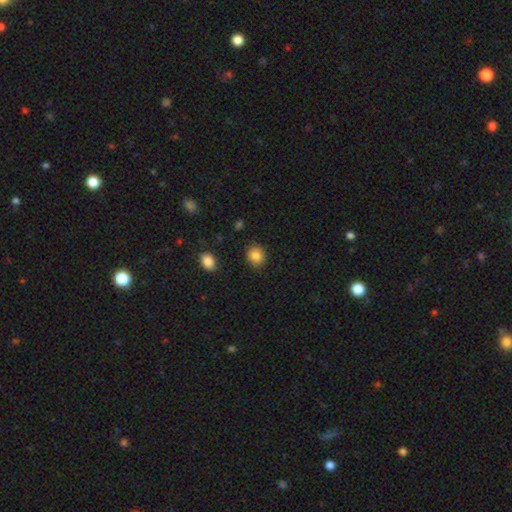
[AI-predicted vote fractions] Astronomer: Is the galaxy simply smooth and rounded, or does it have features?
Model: smooth — 85%.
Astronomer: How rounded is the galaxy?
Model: round — 71%.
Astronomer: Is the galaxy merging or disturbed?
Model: none — 88%.